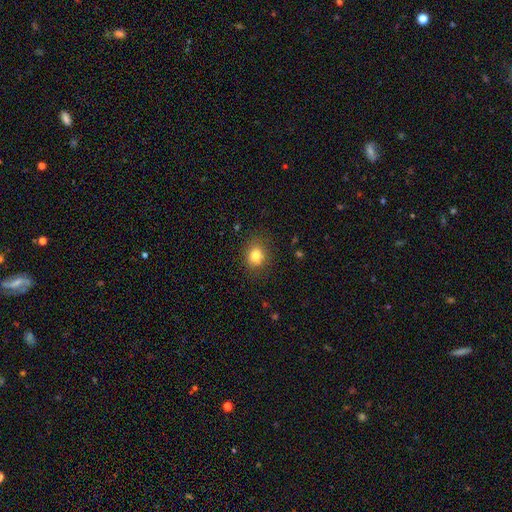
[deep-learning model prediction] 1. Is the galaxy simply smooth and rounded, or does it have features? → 79% smooth, 12% star or artifact, 9% featured or disk.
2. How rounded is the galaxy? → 58% round, 41% in between, 1% cigar-shaped.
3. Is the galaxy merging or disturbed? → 80% none, 13% minor disturbance, 4% major disturbance, 2% merger.